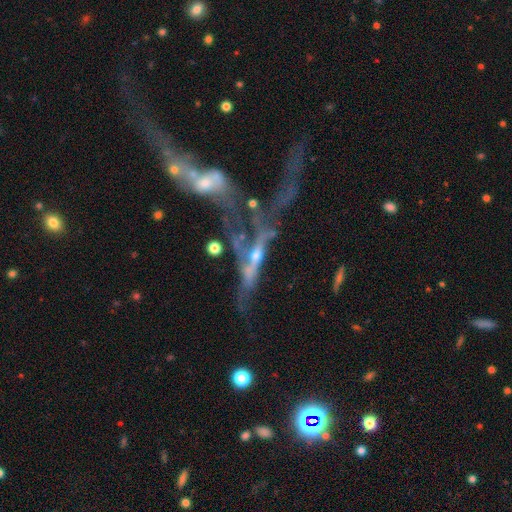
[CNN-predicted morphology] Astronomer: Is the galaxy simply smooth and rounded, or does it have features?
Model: featured or disk — 69%.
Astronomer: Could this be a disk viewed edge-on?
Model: no — 53% (runner-up: yes, 47%).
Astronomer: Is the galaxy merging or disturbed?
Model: merger — 49% (runner-up: major disturbance, 25%).